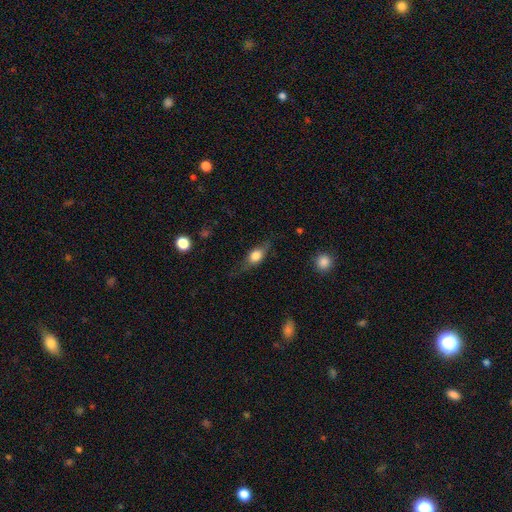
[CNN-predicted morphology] Smooth or featured? smooth (63%)
How rounded? in between (68%)
Merging? none (65%)